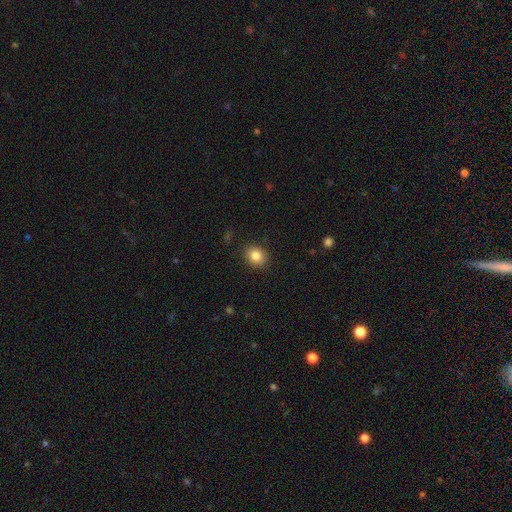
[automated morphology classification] Smooth or featured? Predicted: smooth (p=0.85). How rounded? Predicted: round (p=0.53). Merging? Predicted: none (p=0.89).